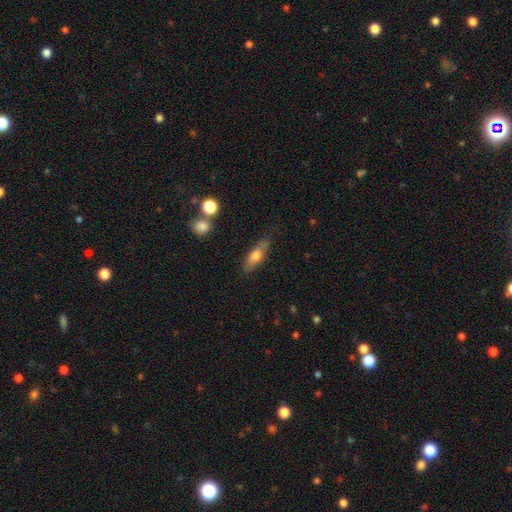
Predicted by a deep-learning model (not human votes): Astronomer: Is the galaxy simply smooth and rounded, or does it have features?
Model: smooth — 65%.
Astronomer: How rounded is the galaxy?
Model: in between — 60% (runner-up: cigar-shaped, 36%).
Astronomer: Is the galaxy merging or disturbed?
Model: none — 75%.